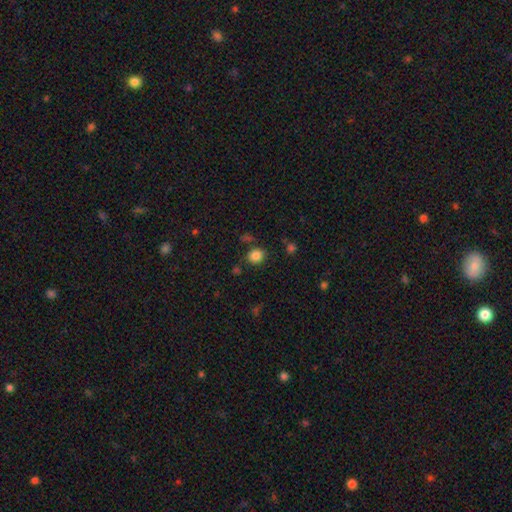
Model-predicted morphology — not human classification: type=smooth (84%); roundness=round (71%); merging=none (81%).